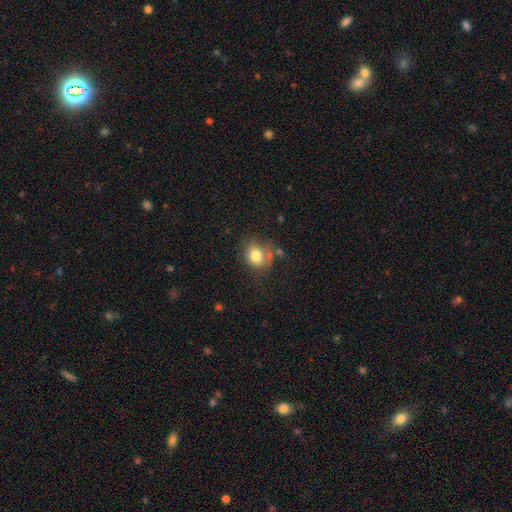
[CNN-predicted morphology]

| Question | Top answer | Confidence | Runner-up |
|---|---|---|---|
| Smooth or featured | smooth | 80% | featured or disk (10%) |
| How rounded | round | 66% | in between (33%) |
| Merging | none | 57% | minor disturbance (24%) |